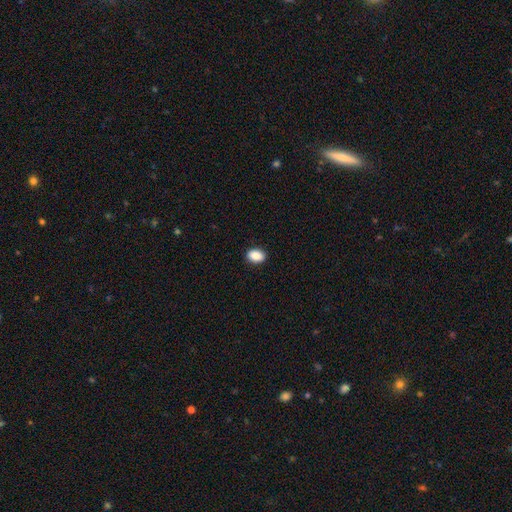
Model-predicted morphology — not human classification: The model was most divided on "how rounded": in between: 82%, round: 16%, cigar-shaped: 1%. More confident: merging — none (90%); smooth or featured — smooth (89%).